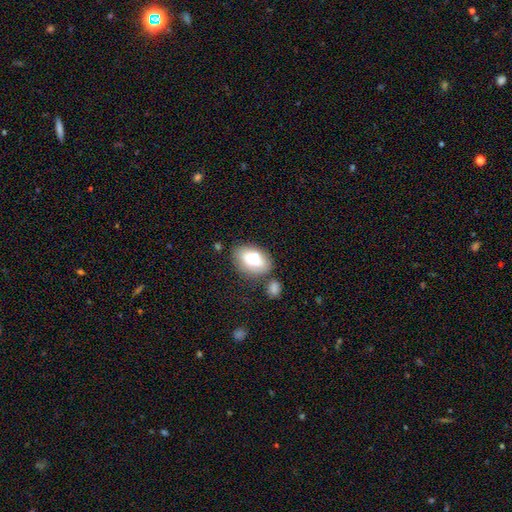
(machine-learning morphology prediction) A smooth galaxy with no disk features (71%) that is in between round and cigar-shaped (82%).

Vote fractions:
- Smooth or featured? smooth: 71% / featured or disk: 21% / star or artifact: 9%
- How rounded? in between: 82% / round: 16% / cigar-shaped: 2%
- Merging? none: 64% / minor disturbance: 18% / merger: 12% / major disturbance: 6%